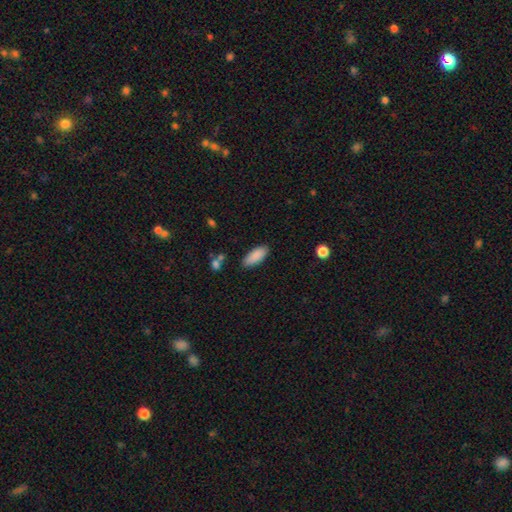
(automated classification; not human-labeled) smooth_or_featured: smooth (p=0.88) [alt: star or artifact p=0.07]
how_rounded: in between (p=0.84) [alt: cigar-shaped p=0.15]
merging: none (p=0.83) [alt: minor disturbance p=0.12]